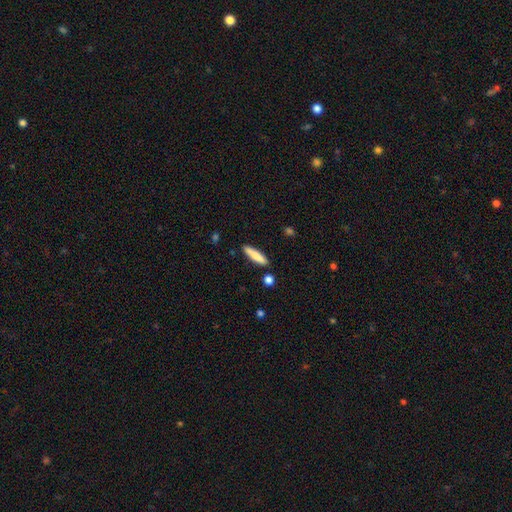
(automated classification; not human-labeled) Smooth or featured? smooth (77%)
How rounded? cigar-shaped (79%)
Merging? none (87%)